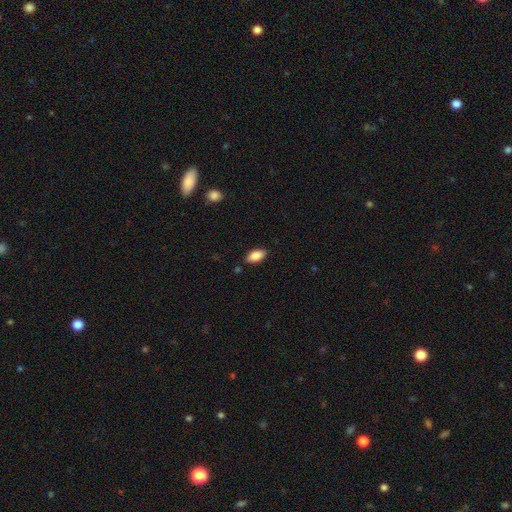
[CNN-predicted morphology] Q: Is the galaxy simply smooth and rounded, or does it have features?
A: smooth — 87%.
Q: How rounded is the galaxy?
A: in between — 92%.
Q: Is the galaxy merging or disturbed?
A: none — 87%.